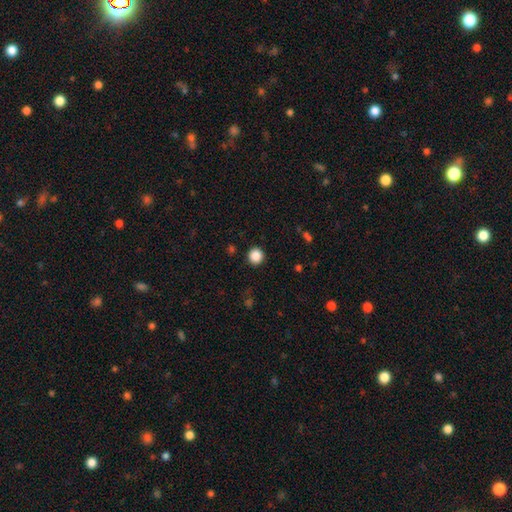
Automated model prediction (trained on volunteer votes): Overall: smooth (87%). How rounded: round (94%). Merging: none (92%).